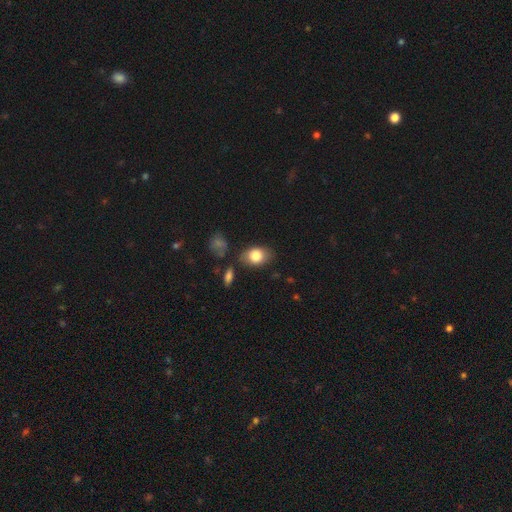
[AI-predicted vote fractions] Morphology: type=smooth (81%); roundness=in between (74%); merging=none (75%).